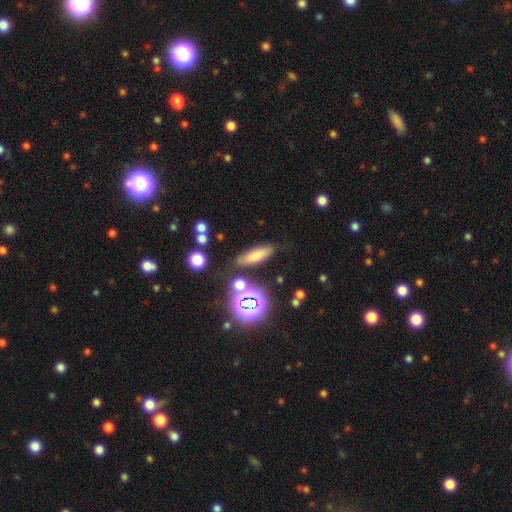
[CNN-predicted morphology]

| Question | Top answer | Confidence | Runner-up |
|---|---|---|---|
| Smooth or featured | smooth | 67% | star or artifact (17%) |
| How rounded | cigar-shaped | 49% | in between (45%) |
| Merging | none | 79% | minor disturbance (11%) |